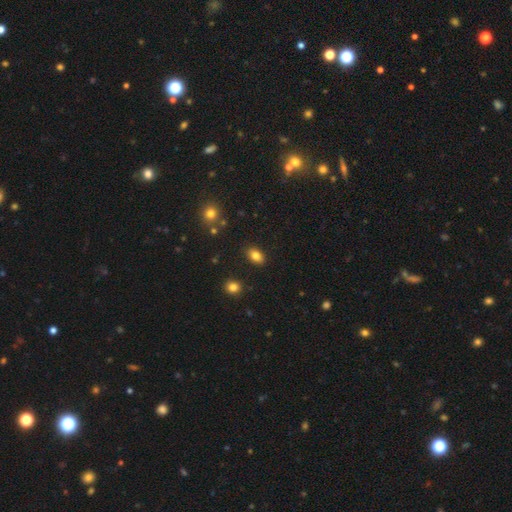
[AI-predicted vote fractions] smooth 83%, star or artifact 10%, featured or disk 7%. Down the decision tree: how rounded — in between (86%); merging — none (87%).